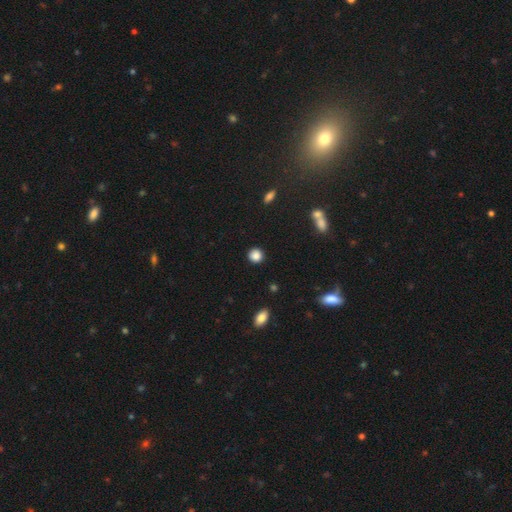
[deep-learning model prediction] A smooth galaxy with no disk features (87%) that is round (90%).

Vote fractions:
- Smooth or featured? smooth: 87% / star or artifact: 10% / featured or disk: 4%
- How rounded? round: 90% / in between: 9% / cigar-shaped: 1%
- Merging? none: 90% / minor disturbance: 6% / major disturbance: 2% / merger: 2%